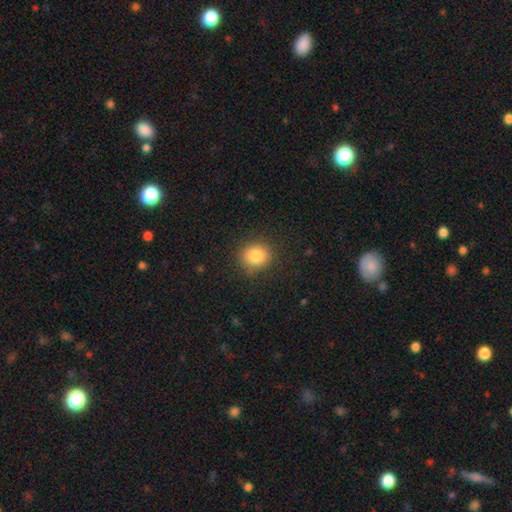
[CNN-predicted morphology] smooth_or_featured: smooth (p=0.85) [alt: star or artifact p=0.10]
how_rounded: round (p=0.77) [alt: in between p=0.22]
merging: none (p=0.86) [alt: minor disturbance p=0.10]